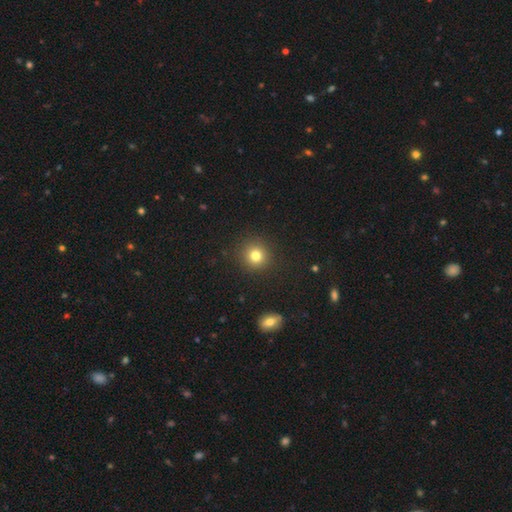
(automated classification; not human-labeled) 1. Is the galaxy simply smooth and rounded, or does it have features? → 80% smooth, 13% star or artifact, 7% featured or disk.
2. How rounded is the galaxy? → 91% round, 8% in between, 1% cigar-shaped.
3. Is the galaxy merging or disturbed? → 90% none, 6% minor disturbance, 2% major disturbance, 1% merger.